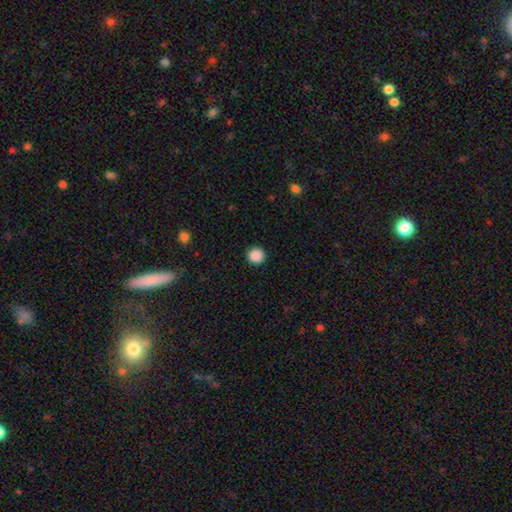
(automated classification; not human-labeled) smooth-or-featured: smooth: 89% | star or artifact: 9% | featured or disk: 2%
  how-rounded: round: 96% | in between: 3% | cigar-shaped: 1%
  merging: none: 93% | minor disturbance: 4% | major disturbance: 2% | merger: 1%